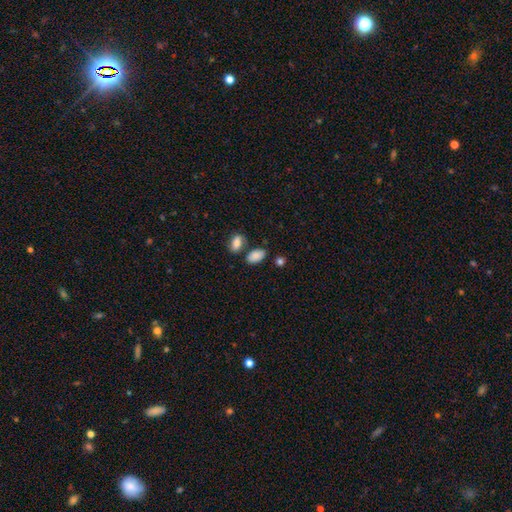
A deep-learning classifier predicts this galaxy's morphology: A smooth galaxy with no disk features (86%) that is in between round and cigar-shaped (92%).

Vote fractions:
- Smooth or featured? smooth: 86% / star or artifact: 8% / featured or disk: 6%
- How rounded? in between: 92% / round: 5% / cigar-shaped: 2%
- Merging? none: 70% / minor disturbance: 14% / merger: 12% / major disturbance: 4%